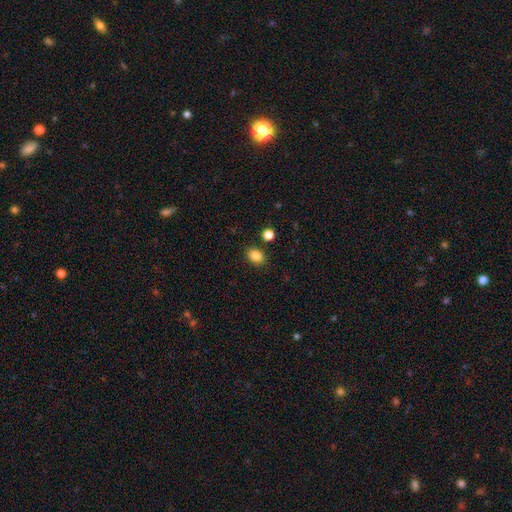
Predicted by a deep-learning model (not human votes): Smooth or featured?
  - smooth: 85% *
  - star or artifact: 11%
  - featured or disk: 5%
How rounded?
  - in between: 56% *
  - round: 43%
  - cigar-shaped: 1%
Merging?
  - none: 85% *
  - minor disturbance: 8%
  - merger: 4%
  - major disturbance: 2%